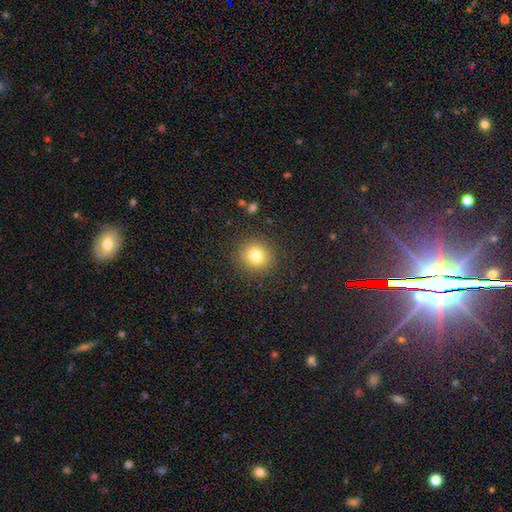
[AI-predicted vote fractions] Overall: smooth (80%). How rounded: round (90%). Merging: none (89%).